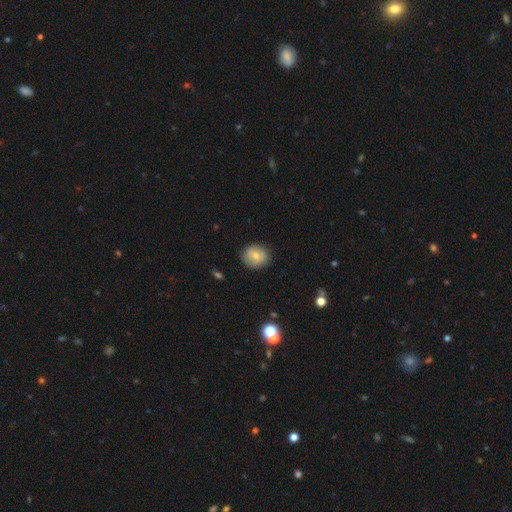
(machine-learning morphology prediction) A smooth galaxy with no disk features (67%) that is round (79%).

Vote fractions:
- Smooth or featured? smooth: 67% / featured or disk: 24% / star or artifact: 9%
- How rounded? round: 79% / in between: 20% / cigar-shaped: 1%
- Merging? none: 83% / minor disturbance: 13% / major disturbance: 3% / merger: 1%